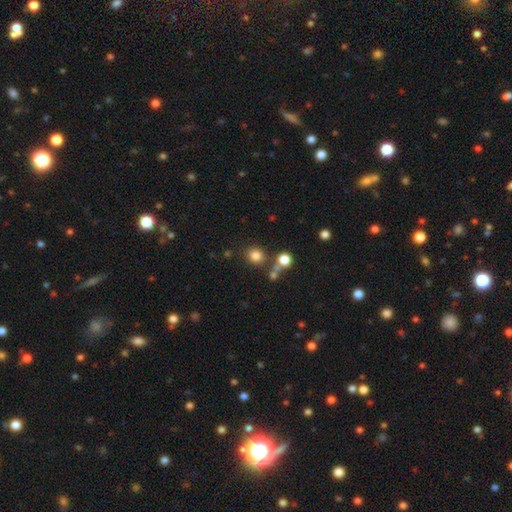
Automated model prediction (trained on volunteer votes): This is likely a smooth galaxy (80%). How rounded: clearly round (87%). Merging: likely none (75%).